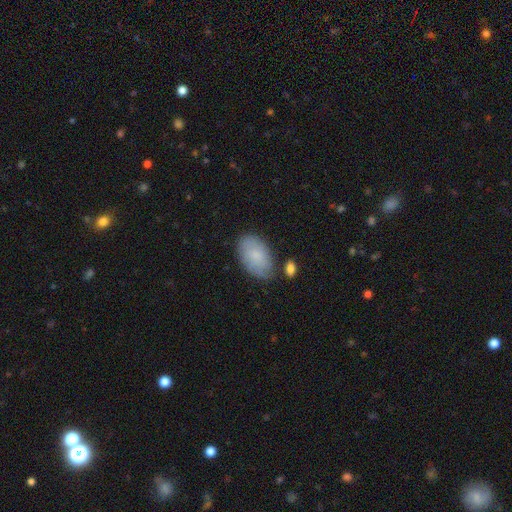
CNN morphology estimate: A smooth galaxy with no disk features (75%) that is in between round and cigar-shaped (93%). Merging: none (67%).